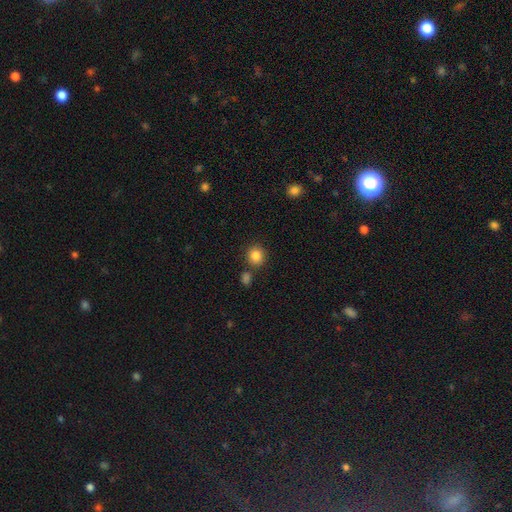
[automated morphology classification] The model was most divided on "merging": none: 79%, merger: 10%, minor disturbance: 9%, major disturbance: 3%. More confident: how rounded — round (88%); smooth or featured — smooth (85%).